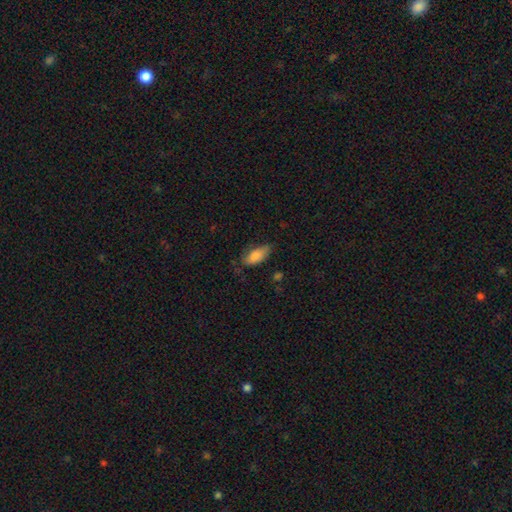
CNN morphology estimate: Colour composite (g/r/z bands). It shows a smooth galaxy with no disk features (85%) that is in between round and cigar-shaped (88%). Merging: none (65%).